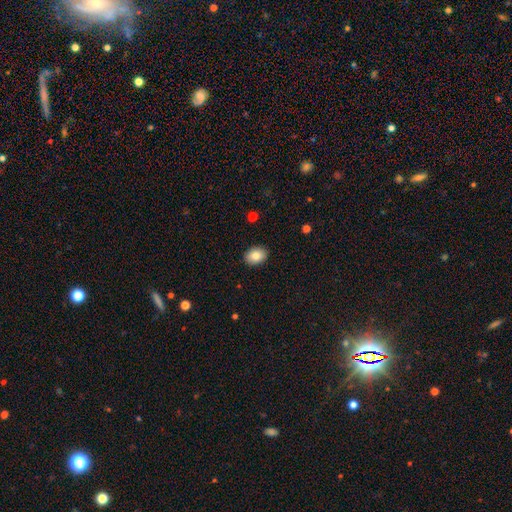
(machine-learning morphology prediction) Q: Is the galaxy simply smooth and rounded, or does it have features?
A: smooth — 84%.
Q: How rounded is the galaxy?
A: in between — 75%.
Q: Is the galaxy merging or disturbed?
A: none — 90%.